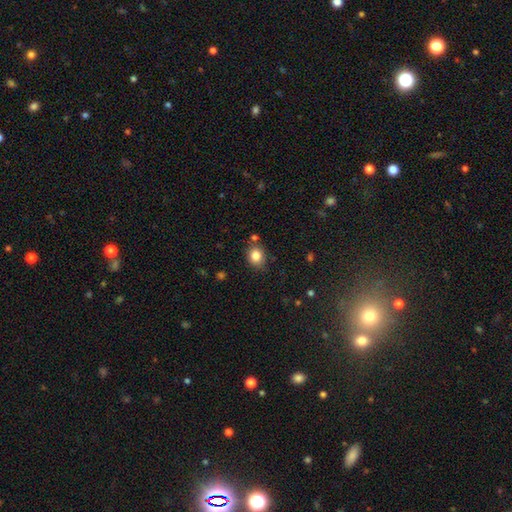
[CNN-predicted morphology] This is clearly a smooth galaxy (84%). How rounded: likely round (62%). Merging: likely none (78%).